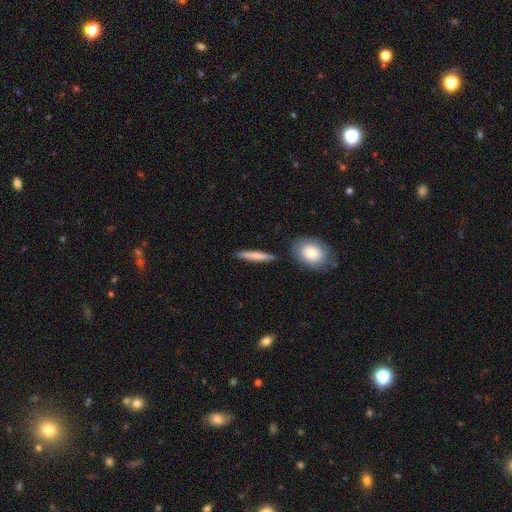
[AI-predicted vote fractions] Smooth or featured? smooth (71%)
How rounded? cigar-shaped (90%)
Merging? none (86%)